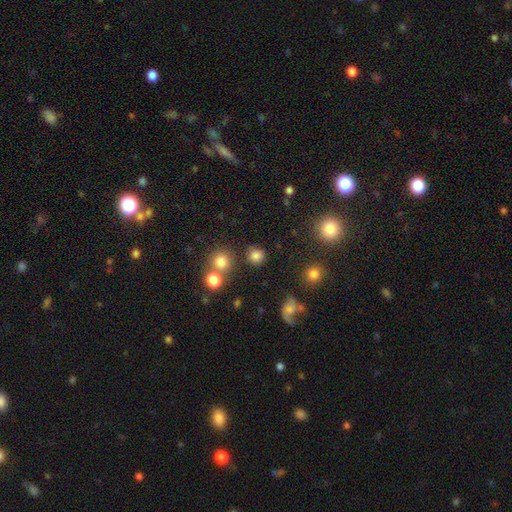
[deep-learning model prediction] Smooth or featured?
  - smooth: 81% *
  - star or artifact: 13%
  - featured or disk: 6%
How rounded?
  - round: 88% *
  - in between: 11%
  - cigar-shaped: 1%
Merging?
  - none: 80% *
  - minor disturbance: 9%
  - merger: 7%
  - major disturbance: 4%